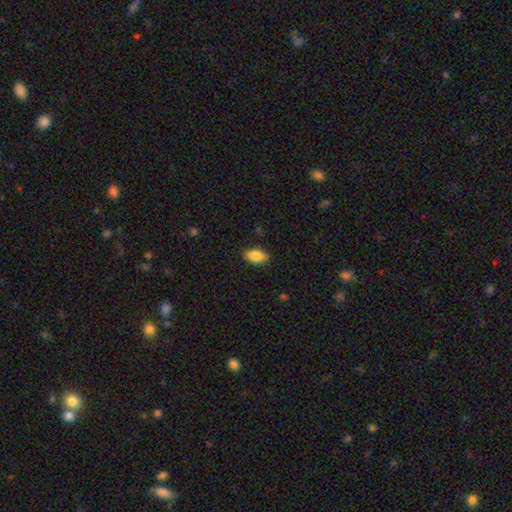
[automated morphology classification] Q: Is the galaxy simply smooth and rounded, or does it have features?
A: smooth — 87%.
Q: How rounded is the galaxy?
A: in between — 93%.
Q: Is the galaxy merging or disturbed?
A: none — 87%.